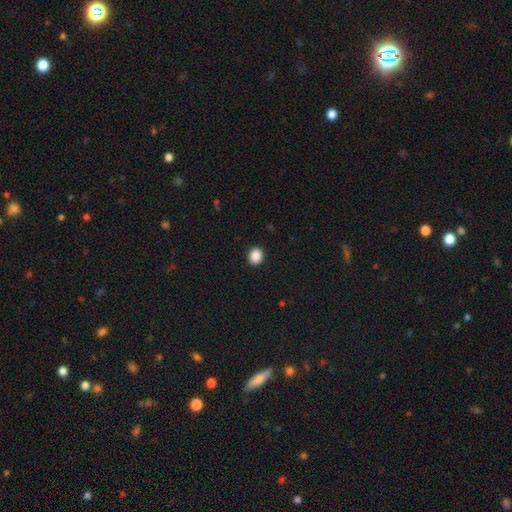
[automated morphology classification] The model was most divided on "how rounded": round: 71%, in between: 28%, cigar-shaped: 1%. More confident: merging — none (92%); smooth or featured — smooth (89%).